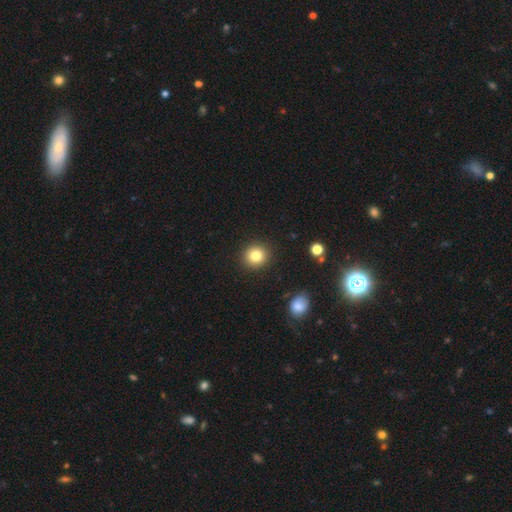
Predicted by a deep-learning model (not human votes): Smooth or featured? smooth (83%)
How rounded? round (89%)
Merging? none (91%)